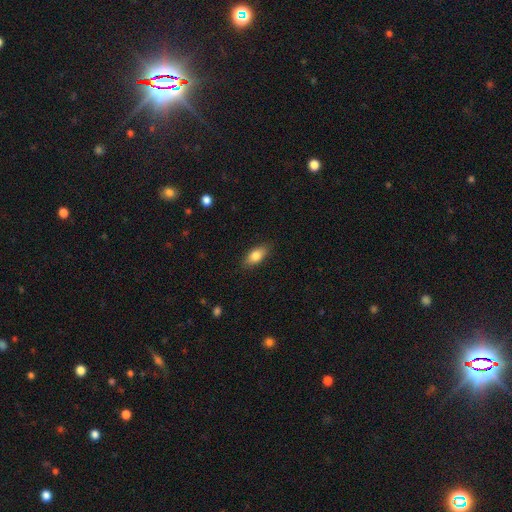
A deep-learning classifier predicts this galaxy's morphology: smooth-or-featured: smooth: 81% | featured or disk: 12% | star or artifact: 7%
  how-rounded: in between: 86% | cigar-shaped: 10% | round: 5%
  merging: none: 86% | minor disturbance: 11% | major disturbance: 2% | merger: 1%